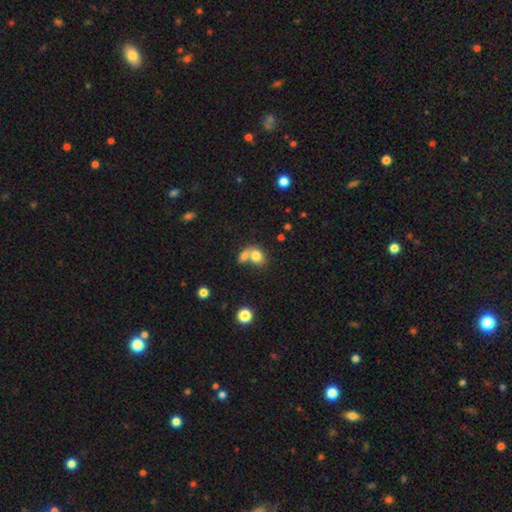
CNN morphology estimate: Overall: smooth (77%). How rounded: in between (56%; round 43%). Merging: merger (56%; none 32%).